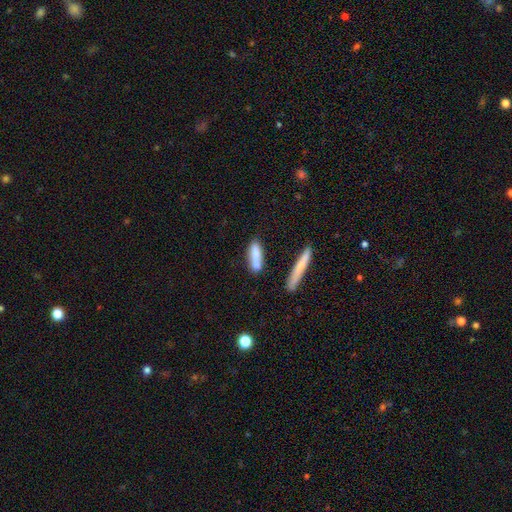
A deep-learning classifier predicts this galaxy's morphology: smooth 74%, featured or disk 18%, star or artifact 7%. Down the decision tree: how rounded — cigar-shaped (63%); merging — none (55%).